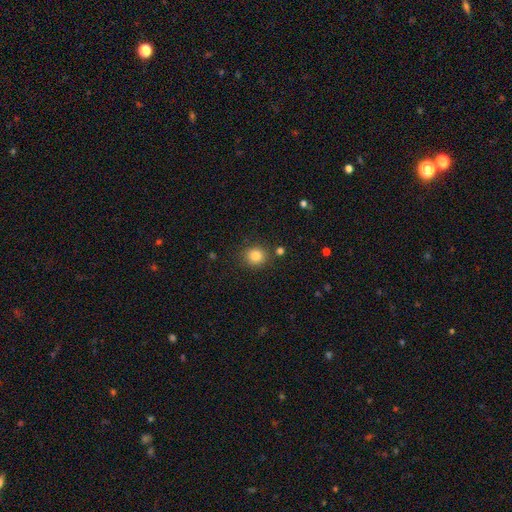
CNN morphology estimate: Smooth or featured: smooth — 82% (star or artifact — 12%)
How rounded: round — 86% (in between — 13%)
Merging: none — 85% (minor disturbance — 9%)